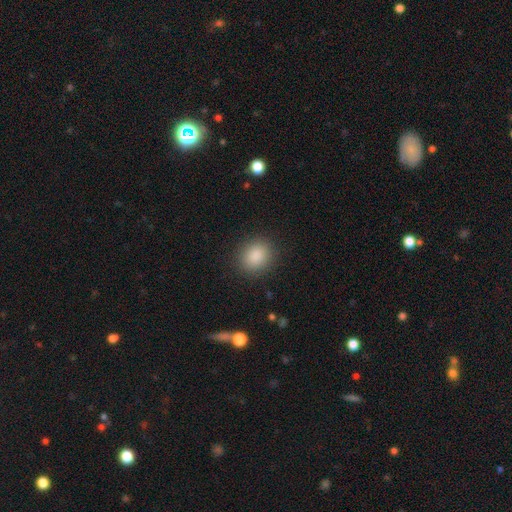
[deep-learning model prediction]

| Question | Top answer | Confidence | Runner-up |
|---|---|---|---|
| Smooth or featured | smooth | 87% | star or artifact (9%) |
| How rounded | round | 64% | in between (35%) |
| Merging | none | 89% | minor disturbance (8%) |